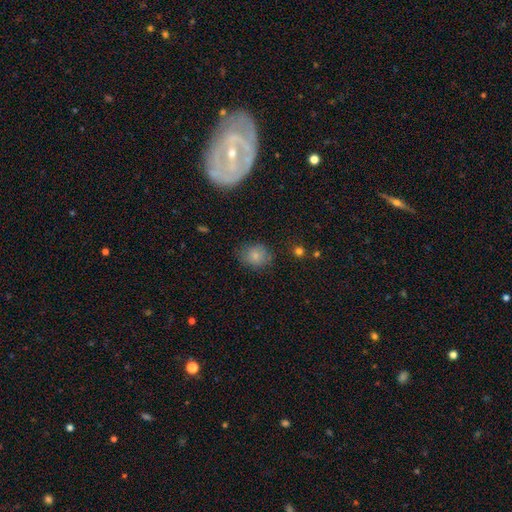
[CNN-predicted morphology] type=smooth (80%); roundness=round (63%); merging=none (76%).